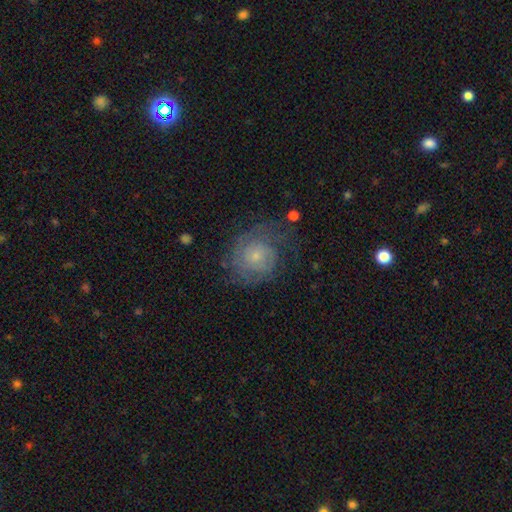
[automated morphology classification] Q: Smooth or featured?
A: featured or disk (67%); runner-up: smooth (25%)
Q: Edge-on disk?
A: no (98%); runner-up: yes (2%)
Q: Bar?
A: no (78%); runner-up: weak (19%)
Q: Spiral arms?
A: yes (86%); runner-up: no (14%)
Q: Spiral winding?
A: tight (59%); runner-up: medium (29%)
Q: Spiral arm count?
A: can't tell (39%); runner-up: 2 (35%)
Q: Bulge size?
A: small (72%); runner-up: moderate (21%)
Q: Merging?
A: none (60%); runner-up: minor disturbance (20%)